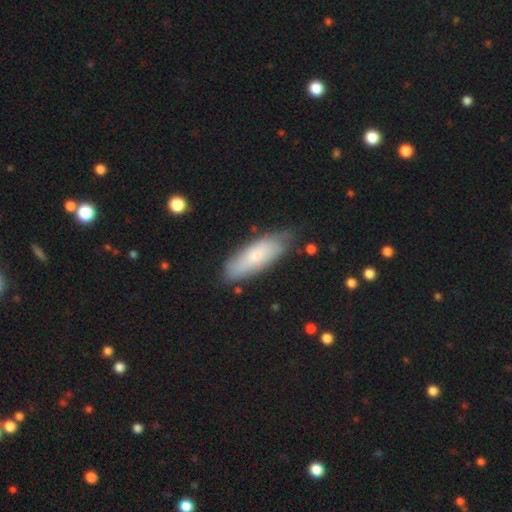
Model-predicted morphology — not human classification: The model was most divided on "how rounded": in between: 63%, cigar-shaped: 35%, round: 2%. More confident: merging — none (72%); smooth or featured — smooth (66%).